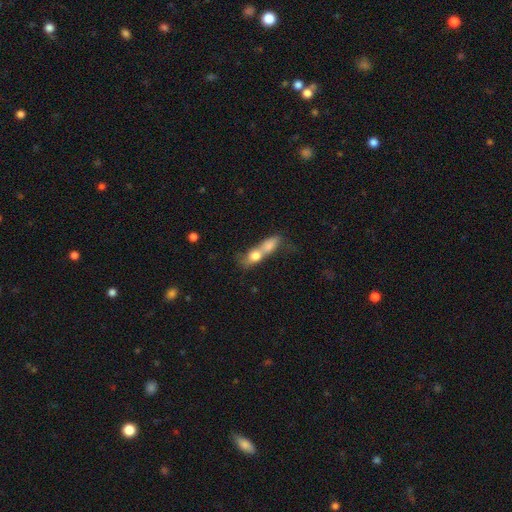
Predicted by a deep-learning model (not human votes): smooth_or_featured: smooth (p=0.71) [alt: featured or disk p=0.21]
how_rounded: in between (p=0.56) [alt: round p=0.26]
merging: merger (p=0.77) [alt: none p=0.12]